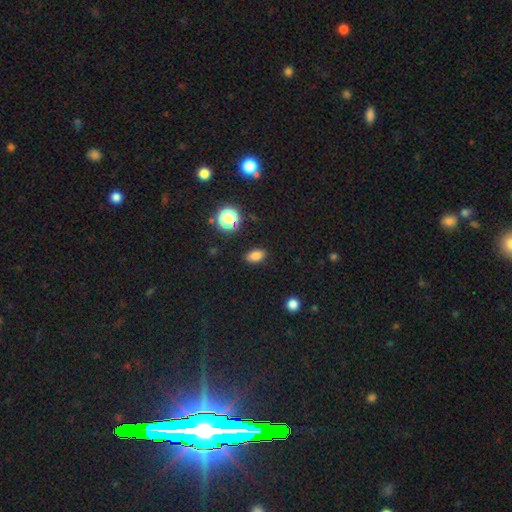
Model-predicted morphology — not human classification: A smooth galaxy with no disk features (81%) that is in between round and cigar-shaped (85%).

Vote fractions:
- Smooth or featured? smooth: 81% / star or artifact: 15% / featured or disk: 5%
- How rounded? in between: 85% / round: 12% / cigar-shaped: 3%
- Merging? none: 87% / minor disturbance: 9% / major disturbance: 3% / merger: 1%